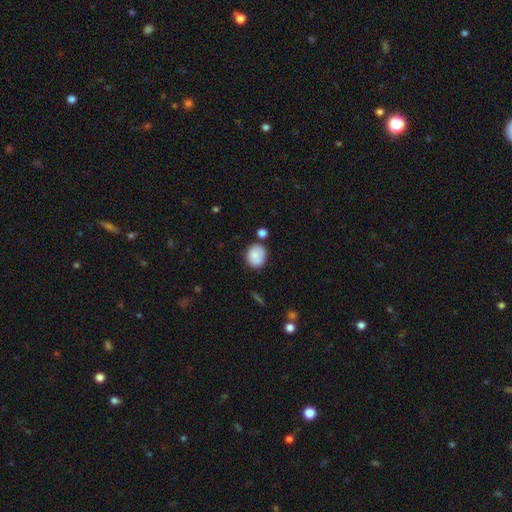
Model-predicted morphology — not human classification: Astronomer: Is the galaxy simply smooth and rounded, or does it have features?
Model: smooth — 83%.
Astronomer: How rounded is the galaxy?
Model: round — 66%.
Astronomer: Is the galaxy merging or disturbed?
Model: none — 73%.